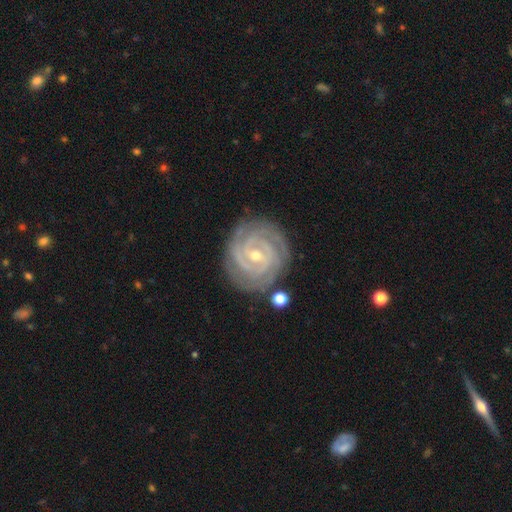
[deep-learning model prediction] A featured or disk galaxy (92%) with a weak bar (42%), 3 (32%) tight (86%) spiral arms (99%) and a small central bulge (58%). Merging: none (83%).